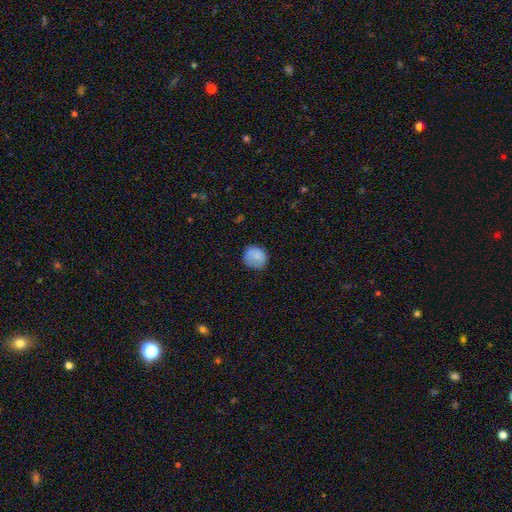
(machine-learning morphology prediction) smooth 84%, star or artifact 8%, featured or disk 7%. Down the decision tree: how rounded — round (80%); merging — none (75%).